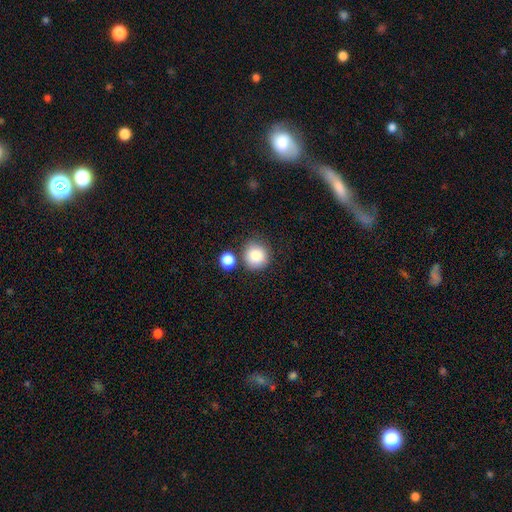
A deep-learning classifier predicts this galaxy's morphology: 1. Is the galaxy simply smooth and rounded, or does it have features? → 87% smooth, 9% star or artifact, 5% featured or disk.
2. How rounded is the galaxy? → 89% round, 10% in between, 1% cigar-shaped.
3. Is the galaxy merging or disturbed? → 72% none, 13% minor disturbance, 12% merger, 4% major disturbance.